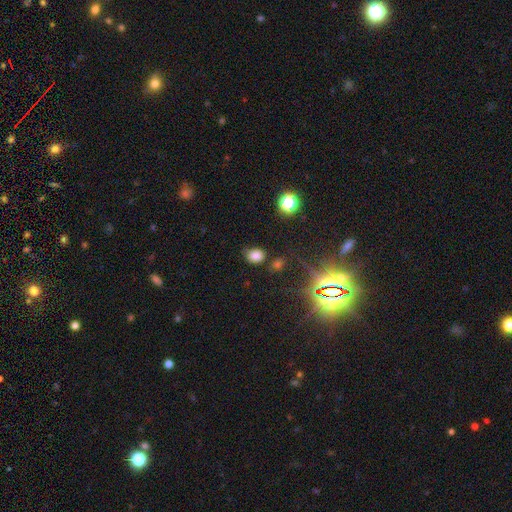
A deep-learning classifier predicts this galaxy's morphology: The model was most divided on "how rounded": in between: 58%, round: 41%, cigar-shaped: 1%. More confident: smooth or featured — smooth (75%); merging — none (66%).